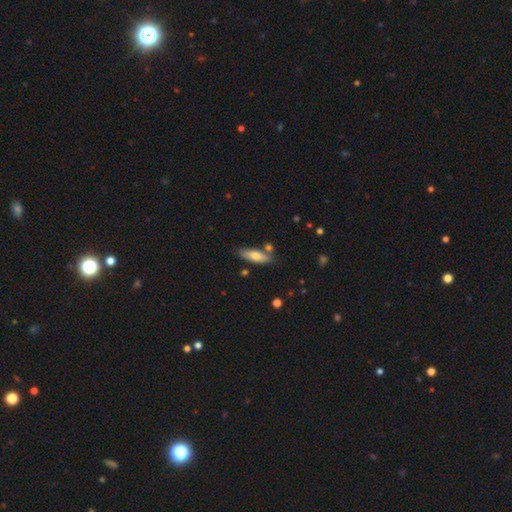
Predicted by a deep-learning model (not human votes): This appears to be a smooth galaxy with no disk features (66%) that is in between round and cigar-shaped (55%). Merging: none (76%).